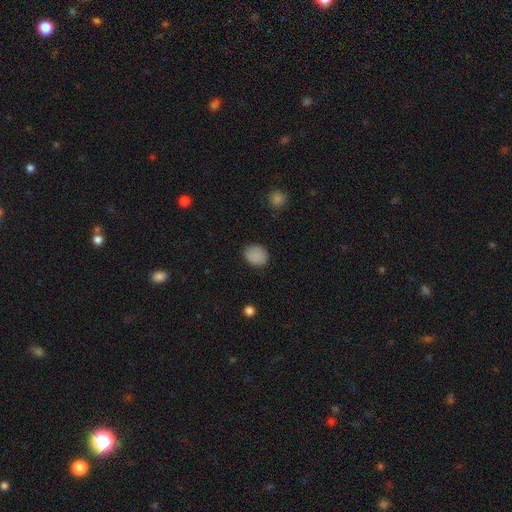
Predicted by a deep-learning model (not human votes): smooth 87%, star or artifact 9%, featured or disk 4%. Down the decision tree: how rounded — round (56%); merging — none (84%).